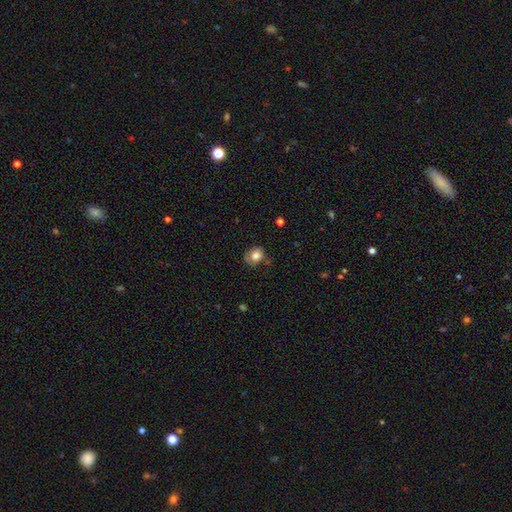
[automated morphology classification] Smooth or featured: smooth — 79% (featured or disk — 12%)
How rounded: round — 56% (in between — 43%)
Merging: none — 61% (minor disturbance — 28%)